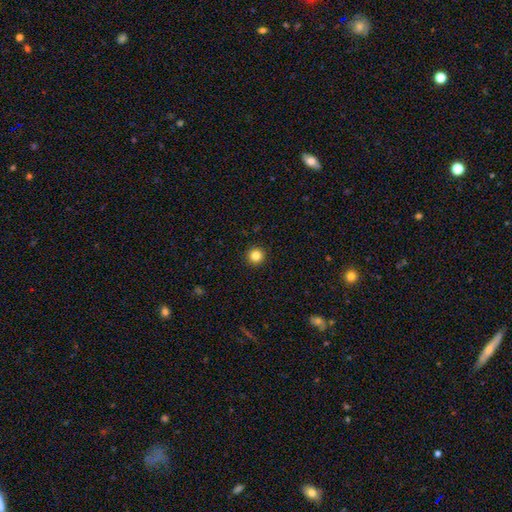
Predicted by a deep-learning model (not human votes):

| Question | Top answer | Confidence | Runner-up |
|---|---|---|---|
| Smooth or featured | smooth | 84% | star or artifact (11%) |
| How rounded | round | 96% | in between (3%) |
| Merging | none | 94% | minor disturbance (4%) |